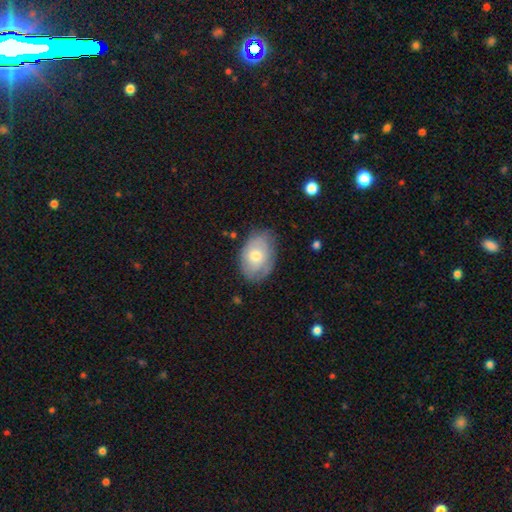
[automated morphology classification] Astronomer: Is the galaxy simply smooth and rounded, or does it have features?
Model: smooth — 61%.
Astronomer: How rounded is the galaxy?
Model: in between — 84%.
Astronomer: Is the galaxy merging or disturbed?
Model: none — 70%.